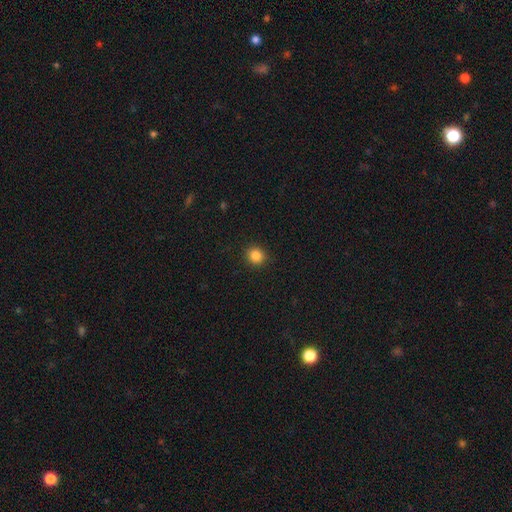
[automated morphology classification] Smooth or featured? Predicted: smooth (p=0.85). How rounded? Predicted: round (p=0.89). Merging? Predicted: none (p=0.91).